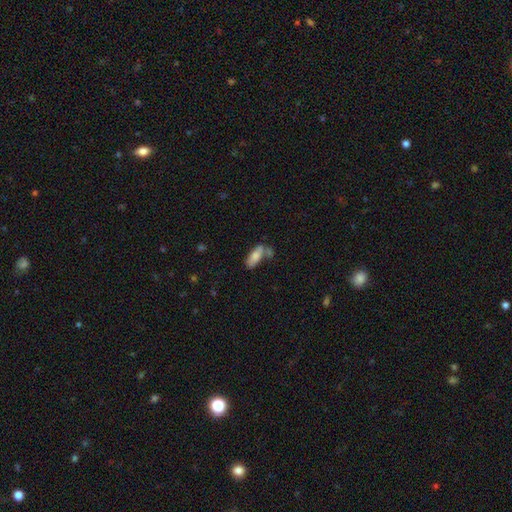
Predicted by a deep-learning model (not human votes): This appears to be a smooth galaxy with no disk features (76%) that is in between round and cigar-shaped (78%). Merging: none (41%).